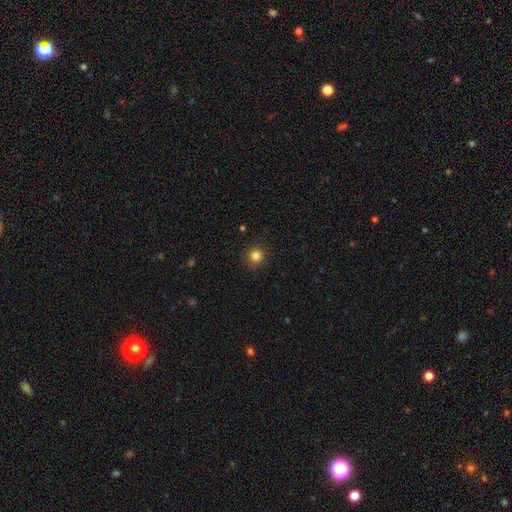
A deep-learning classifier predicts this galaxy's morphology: This appears to be a smooth galaxy with no disk features (84%) that is round (93%). Merging: none (89%).